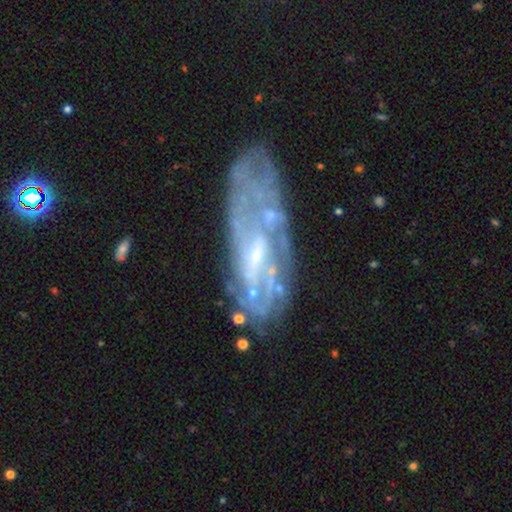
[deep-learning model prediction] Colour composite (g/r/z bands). It shows a featured or disk galaxy (77%) with no bar (54%), spiral arms (71%) and a small central bulge (76%). Merging: none (60%).